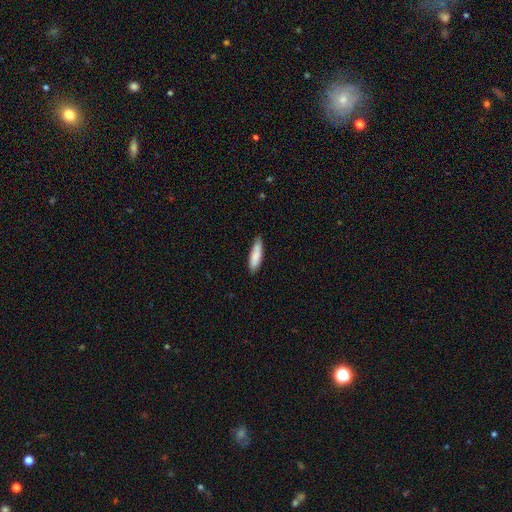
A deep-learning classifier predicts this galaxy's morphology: smooth-or-featured: smooth: 83% | featured or disk: 11% | star or artifact: 6%
  how-rounded: cigar-shaped: 66% | in between: 33% | round: 1%
  merging: none: 81% | minor disturbance: 16% | major disturbance: 2% | merger: 1%